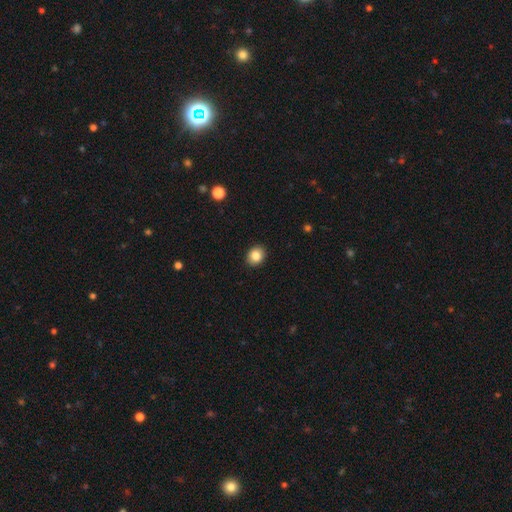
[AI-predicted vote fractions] This is clearly a smooth galaxy (84%). How rounded: likely round (62%). Merging: clearly none (91%).